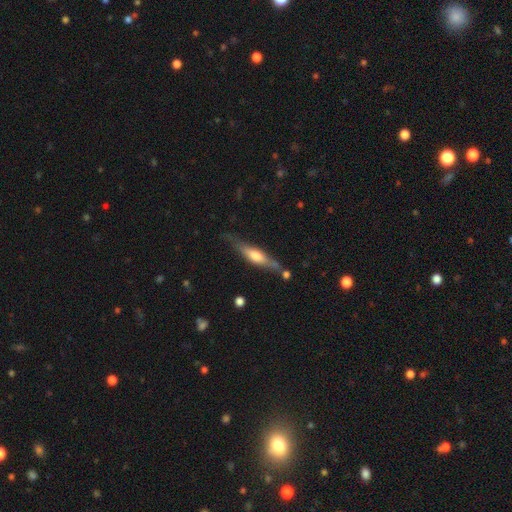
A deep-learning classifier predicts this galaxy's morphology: Smooth or featured? Predicted: featured or disk (p=0.56). Edge-on disk? Predicted: yes (p=0.90). Merging? Predicted: none (p=0.66).